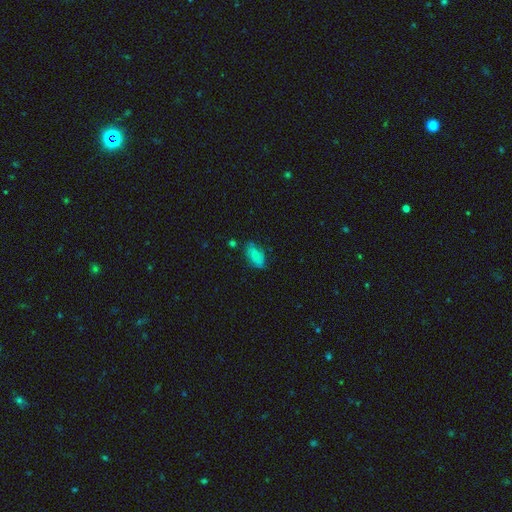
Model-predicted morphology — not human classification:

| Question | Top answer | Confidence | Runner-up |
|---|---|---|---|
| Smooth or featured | smooth | 76% | featured or disk (14%) |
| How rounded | in between | 91% | cigar-shaped (6%) |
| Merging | none | 62% | minor disturbance (27%) |